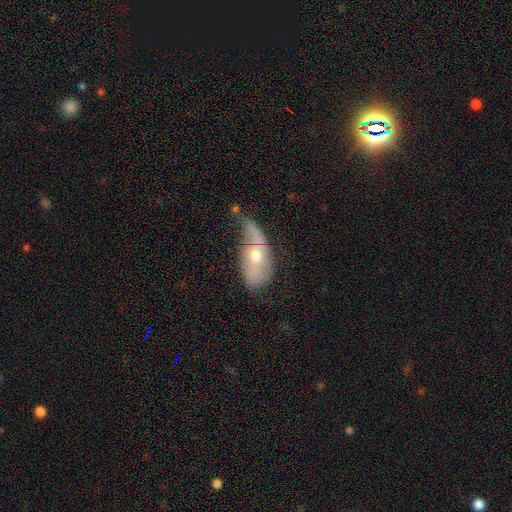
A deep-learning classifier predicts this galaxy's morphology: A featured or disk galaxy (49%). Merging: minor disturbance (35%, tied with major disturbance).